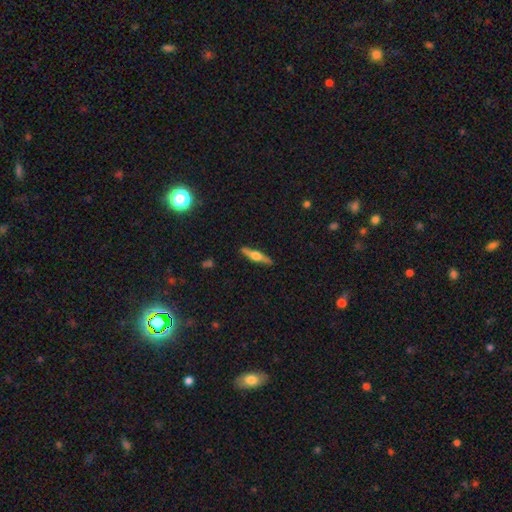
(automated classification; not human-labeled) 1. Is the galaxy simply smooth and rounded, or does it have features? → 68% featured or disk, 27% smooth, 5% star or artifact.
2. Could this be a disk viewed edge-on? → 97% yes, 3% no.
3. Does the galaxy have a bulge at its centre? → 93% rounded, 5% boxy, 2% none.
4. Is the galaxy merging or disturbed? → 90% none, 8% minor disturbance, 2% major disturbance, 1% merger.